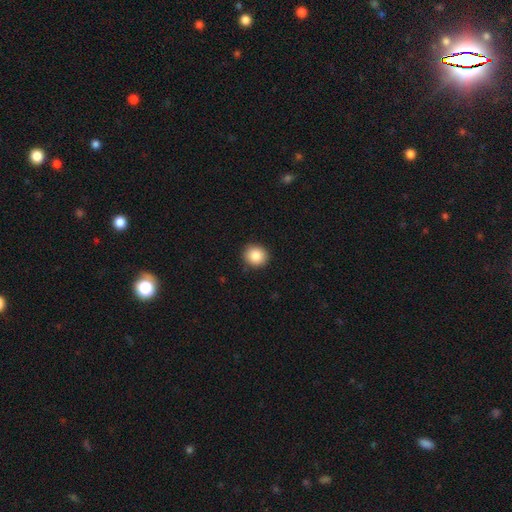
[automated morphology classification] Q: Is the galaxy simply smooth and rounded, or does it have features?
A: smooth — 86%.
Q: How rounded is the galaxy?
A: round — 87%.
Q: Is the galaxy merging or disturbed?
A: none — 90%.